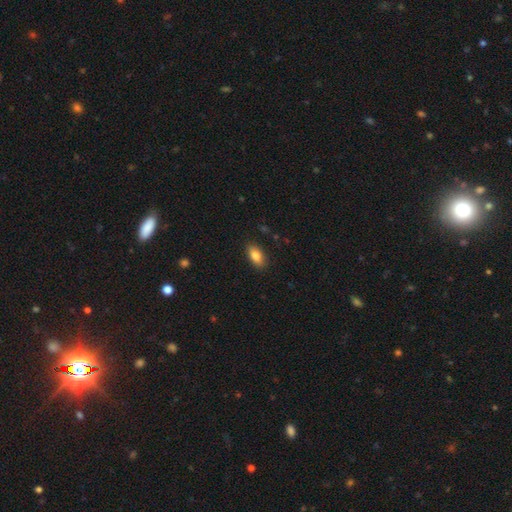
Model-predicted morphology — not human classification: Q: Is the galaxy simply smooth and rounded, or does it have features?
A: smooth — 83%.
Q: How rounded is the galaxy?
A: in between — 90%.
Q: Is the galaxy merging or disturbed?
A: none — 87%.